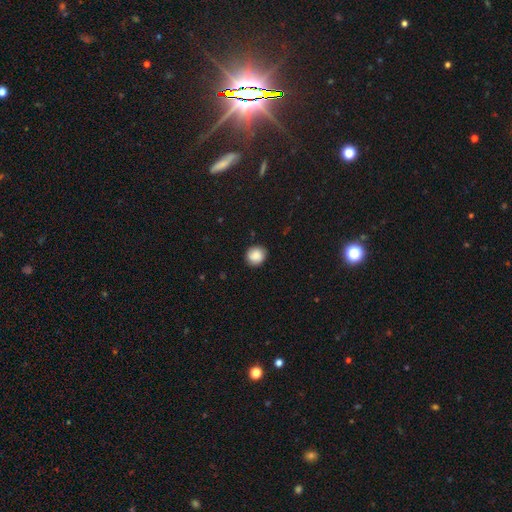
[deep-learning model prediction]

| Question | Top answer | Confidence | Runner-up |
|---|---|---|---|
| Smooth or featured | smooth | 87% | star or artifact (8%) |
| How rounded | round | 90% | in between (9%) |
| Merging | none | 88% | minor disturbance (9%) |